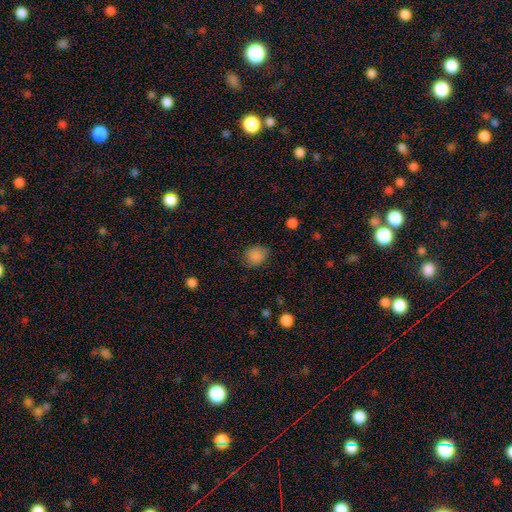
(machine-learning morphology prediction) This appears to be a smooth galaxy with no disk features (85%) that is round (58%). Merging: none (74%).